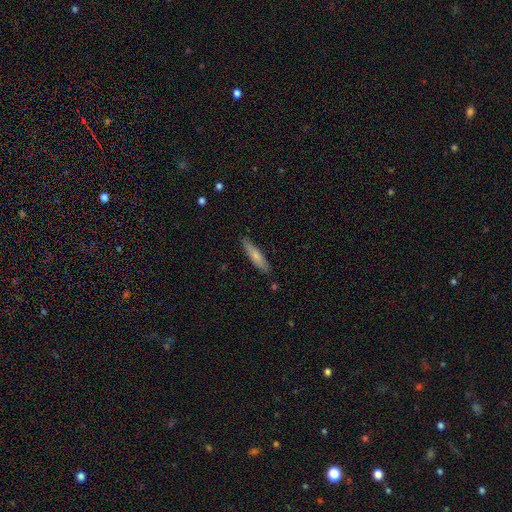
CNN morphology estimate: Q: Smooth or featured?
A: smooth (69%); runner-up: featured or disk (26%)
Q: How rounded?
A: cigar-shaped (82%); runner-up: in between (17%)
Q: Merging?
A: none (85%); runner-up: minor disturbance (12%)